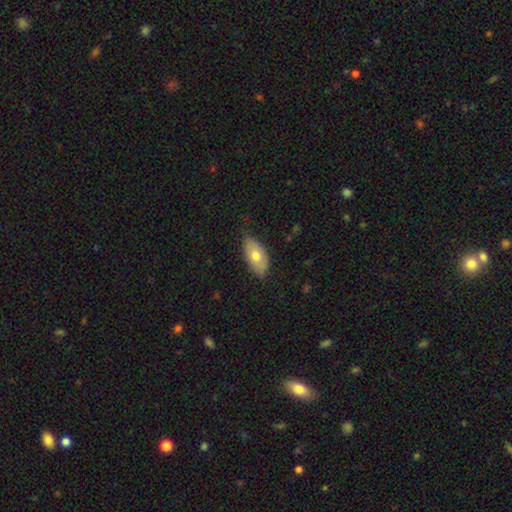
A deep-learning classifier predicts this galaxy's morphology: The model was most divided on "smooth or featured": smooth: 70%, featured or disk: 24%, star or artifact: 6%. More confident: how rounded — in between (92%); merging — none (76%).